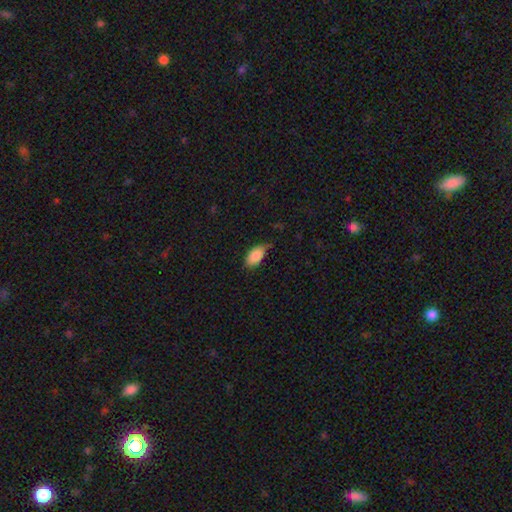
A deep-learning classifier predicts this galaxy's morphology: smooth 86%, featured or disk 7%, star or artifact 7%. Down the decision tree: how rounded — in between (94%); merging — none (65%).